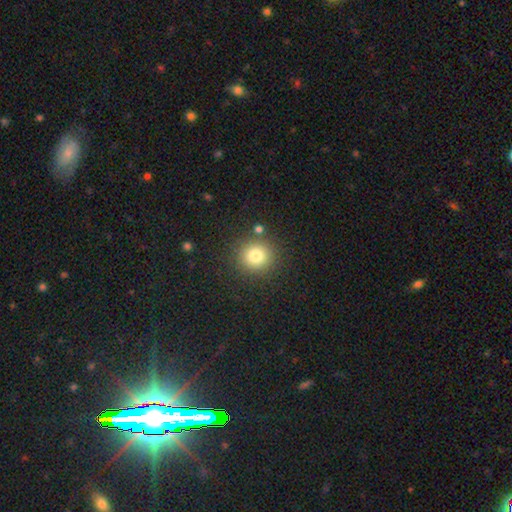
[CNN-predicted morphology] A smooth galaxy with no disk features (79%) that is round (91%). Merging: none (85%).